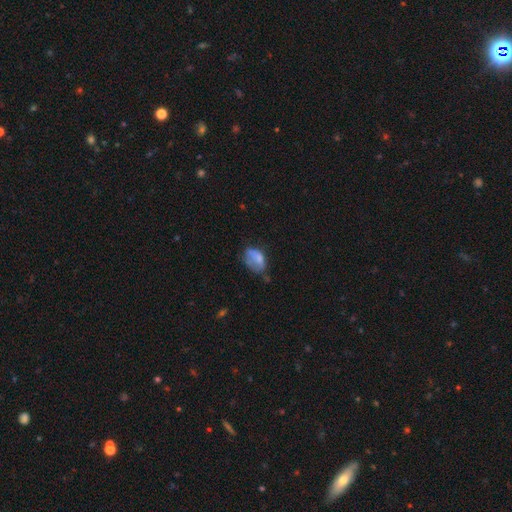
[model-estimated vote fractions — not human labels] Morphology: type=smooth (67%); roundness=in between (86%); merging=minor disturbance (37%).